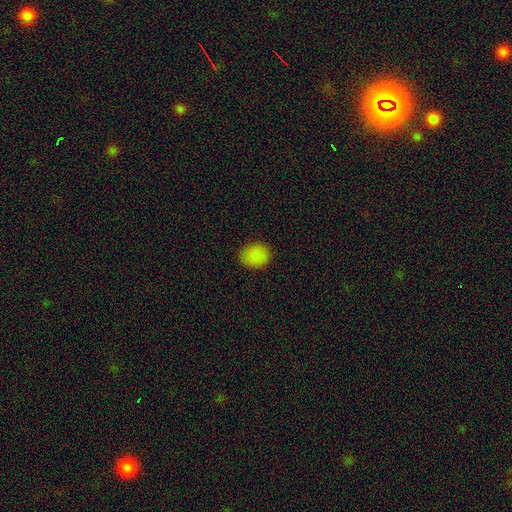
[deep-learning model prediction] Morphology: type=smooth (85%); roundness=in between (50%); merging=none (86%).